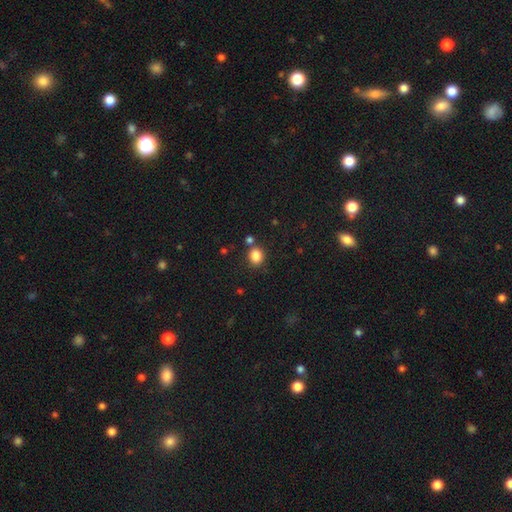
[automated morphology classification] The model was most divided on "how rounded": round: 62%, in between: 37%, cigar-shaped: 1%. More confident: smooth or featured — smooth (85%); merging — none (75%).